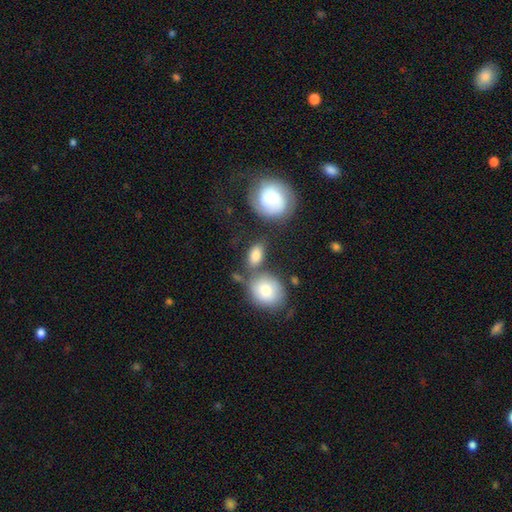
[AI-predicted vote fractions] Smooth or featured? Predicted: smooth (p=0.68). How rounded? Predicted: in between (p=0.58). Merging? Predicted: none (p=0.55).